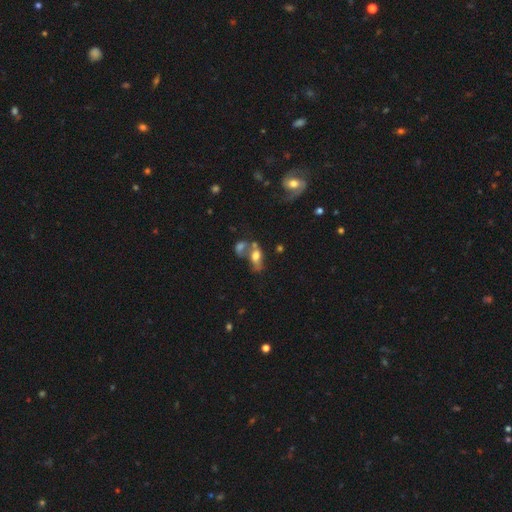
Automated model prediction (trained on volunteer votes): Smooth or featured: smooth — 53% (featured or disk — 34%)
How rounded: in between — 77% (round — 14%)
Merging: merger — 48% (none — 26%)